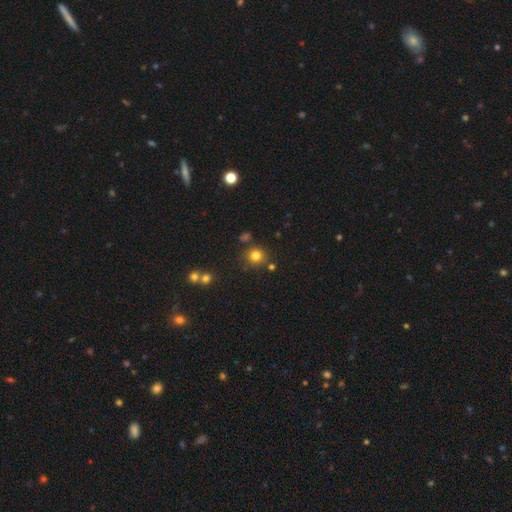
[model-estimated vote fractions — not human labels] This appears to be a smooth galaxy with no disk features (79%) that is round (91%). Merging: none (80%).